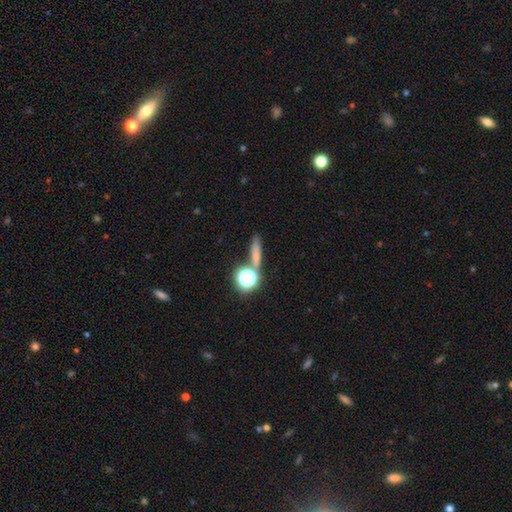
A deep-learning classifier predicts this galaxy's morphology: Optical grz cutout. It shows a smooth galaxy with no disk features (64%) that is cigar-shaped (57%). Merging: none (72%).